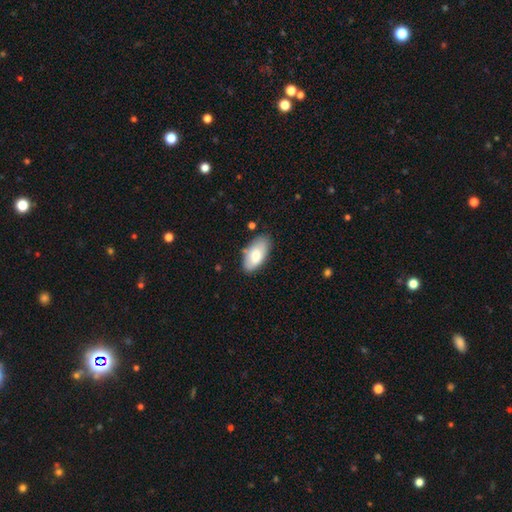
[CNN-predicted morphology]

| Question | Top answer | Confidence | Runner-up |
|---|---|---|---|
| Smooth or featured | smooth | 75% | featured or disk (19%) |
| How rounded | in between | 93% | cigar-shaped (5%) |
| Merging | none | 77% | minor disturbance (17%) |